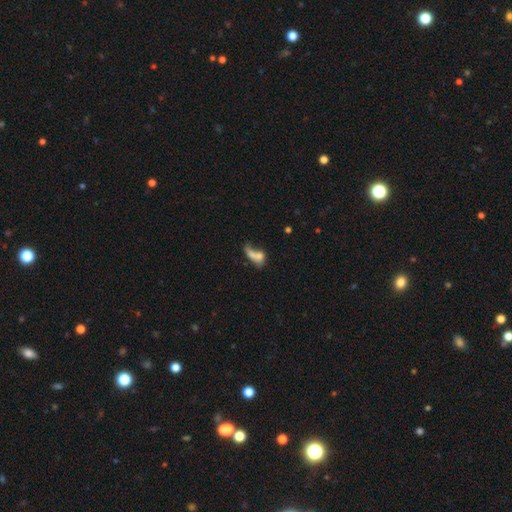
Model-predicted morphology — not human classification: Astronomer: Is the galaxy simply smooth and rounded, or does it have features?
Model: smooth — 61%.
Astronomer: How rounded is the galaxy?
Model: in between — 68%.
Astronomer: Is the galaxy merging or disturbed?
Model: merger — 47%.